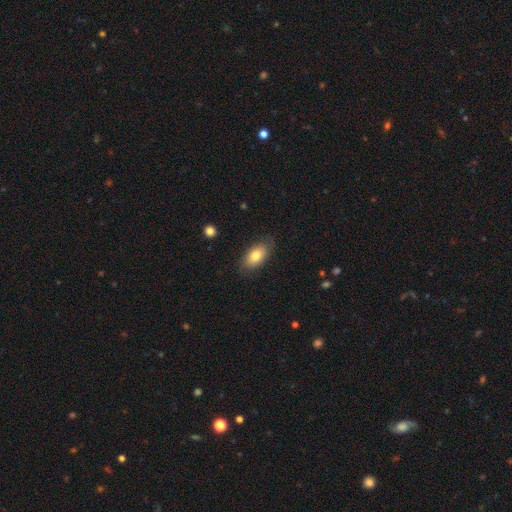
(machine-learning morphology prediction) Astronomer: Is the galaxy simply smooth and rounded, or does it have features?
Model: smooth — 77%.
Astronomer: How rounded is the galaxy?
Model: in between — 91%.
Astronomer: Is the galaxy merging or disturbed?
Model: none — 80%.